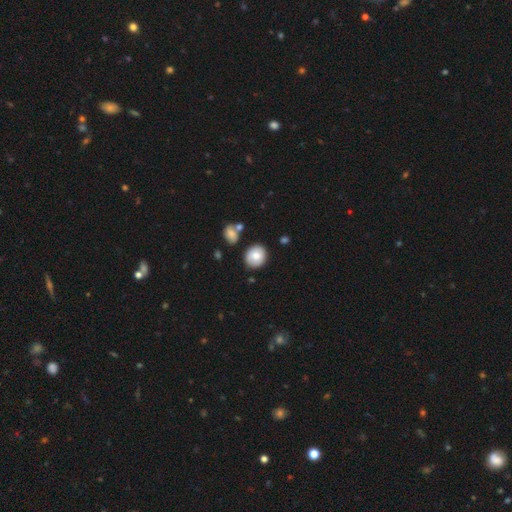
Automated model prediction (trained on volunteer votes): smooth 79%, featured or disk 13%, star or artifact 8%. Down the decision tree: how rounded — round (76%); merging — none (81%).